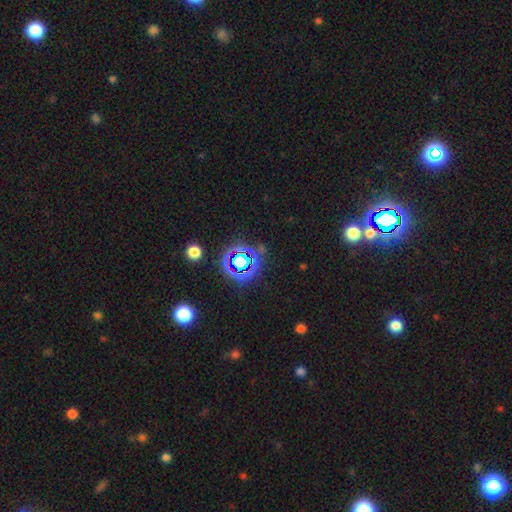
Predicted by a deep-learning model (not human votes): Smooth or featured?
  - star or artifact: 75% *
  - smooth: 18%
  - featured or disk: 7%